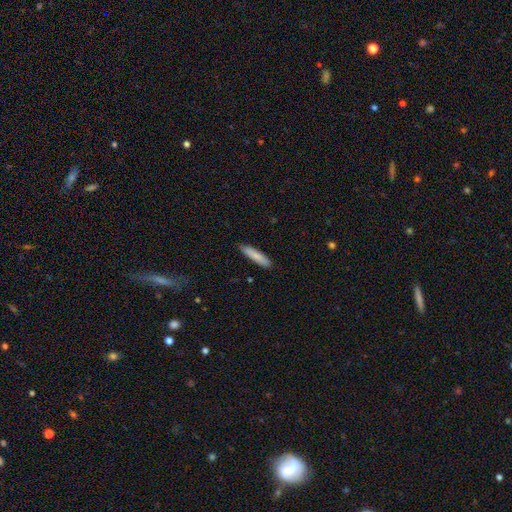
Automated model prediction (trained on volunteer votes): smooth-or-featured: smooth: 82% | featured or disk: 12% | star or artifact: 6%
  how-rounded: cigar-shaped: 85% | in between: 14% | round: 1%
  merging: none: 87% | minor disturbance: 10% | major disturbance: 2% | merger: 1%